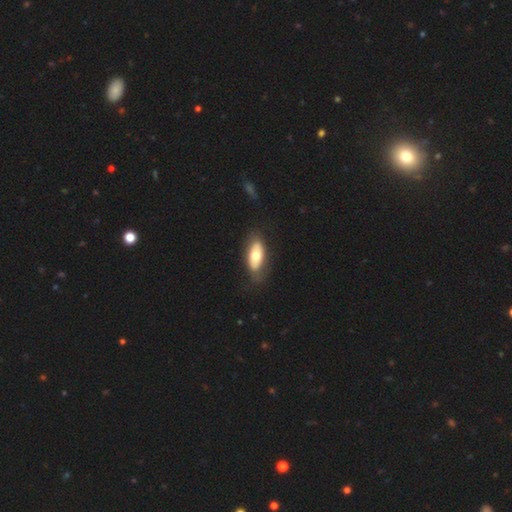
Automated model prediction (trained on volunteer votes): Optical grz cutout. It shows a smooth galaxy with no disk features (63%) that is in between round and cigar-shaped (85%). Merging: none (76%).